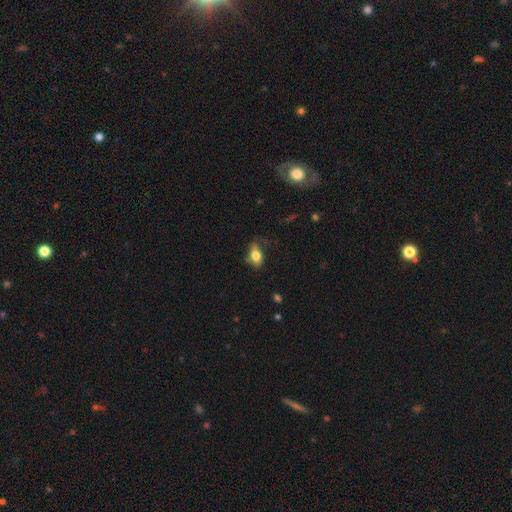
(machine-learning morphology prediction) smooth-or-featured: smooth: 76% | featured or disk: 16% | star or artifact: 8%
  how-rounded: in between: 86% | round: 10% | cigar-shaped: 4%
  merging: none: 60% | minor disturbance: 28% | major disturbance: 10% | merger: 2%